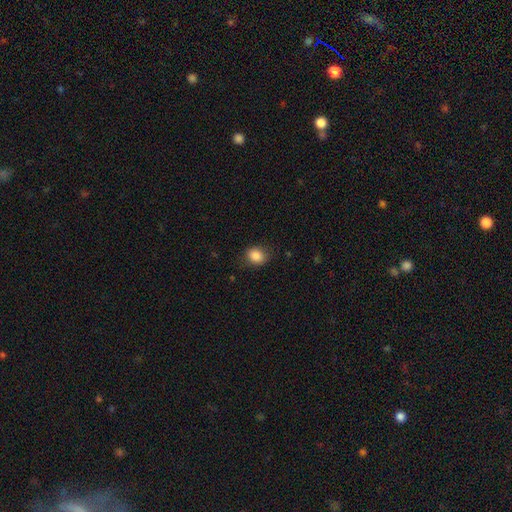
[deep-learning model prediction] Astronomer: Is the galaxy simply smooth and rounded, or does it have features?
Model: smooth — 86%.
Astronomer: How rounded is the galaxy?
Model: round — 51% (runner-up: in between, 48%).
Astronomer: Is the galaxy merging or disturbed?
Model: none — 81%.